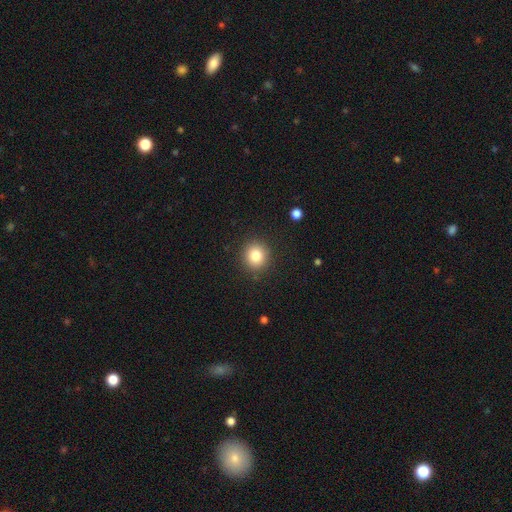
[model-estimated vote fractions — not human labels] Smooth or featured? smooth (82%)
How rounded? round (89%)
Merging? none (90%)